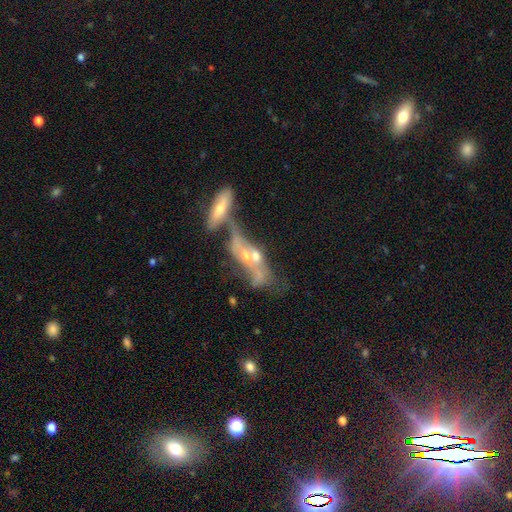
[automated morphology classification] smooth-or-featured: featured or disk: 61% | smooth: 29% | star or artifact: 10%
  disk-edge-on: no: 68% | yes: 32%
  merging: merger: 68% | none: 13% | major disturbance: 12% | minor disturbance: 8%